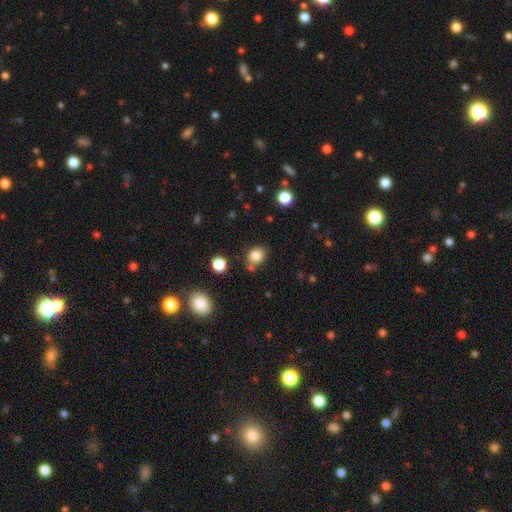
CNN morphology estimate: This is clearly a smooth galaxy (83%). How rounded: likely round (60%). Merging: likely none (69%).